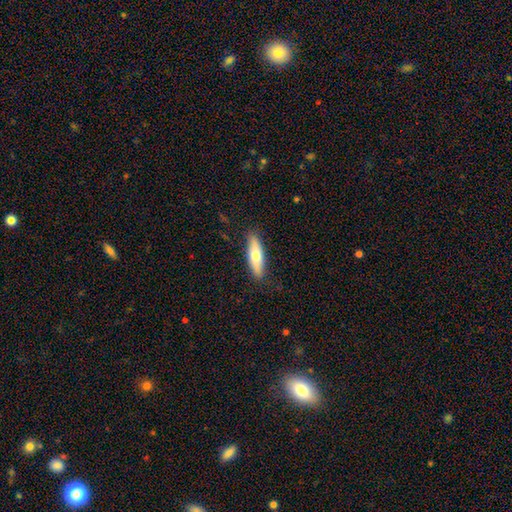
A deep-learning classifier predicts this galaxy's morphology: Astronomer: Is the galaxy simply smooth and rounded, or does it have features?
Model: smooth — 68%.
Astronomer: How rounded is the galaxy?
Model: cigar-shaped — 50% (runner-up: in between, 48%).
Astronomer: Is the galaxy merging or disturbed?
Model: none — 86%.